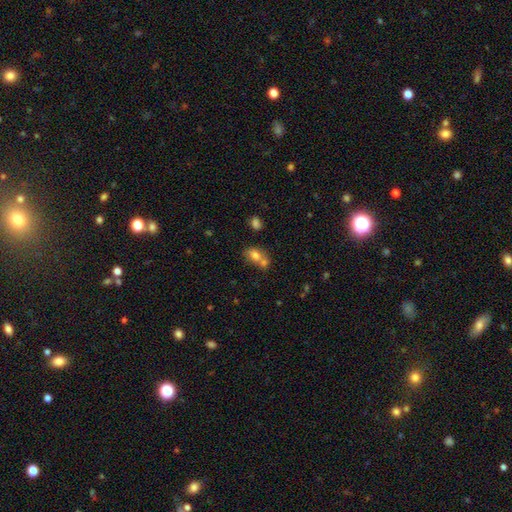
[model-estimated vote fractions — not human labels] Q: Smooth or featured?
A: smooth (72%); runner-up: featured or disk (15%)
Q: How rounded?
A: in between (66%); runner-up: round (32%)
Q: Merging?
A: merger (55%); runner-up: none (32%)